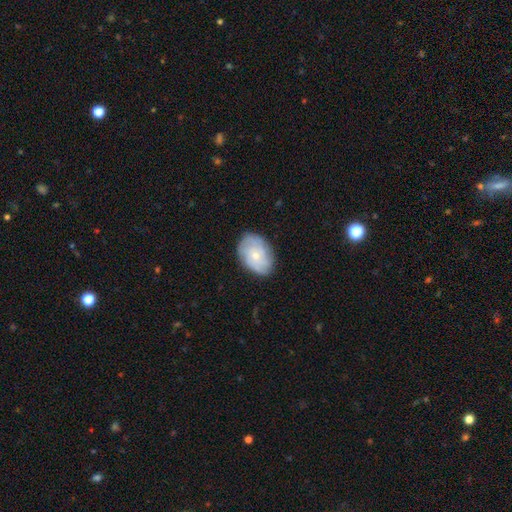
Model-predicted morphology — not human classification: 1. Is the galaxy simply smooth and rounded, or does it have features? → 53% featured or disk, 40% smooth, 7% star or artifact.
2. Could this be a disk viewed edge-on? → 96% no, 4% yes.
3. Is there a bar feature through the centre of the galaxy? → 85% no, 14% weak, 2% strong.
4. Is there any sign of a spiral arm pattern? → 78% yes, 22% no.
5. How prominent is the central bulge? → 62% small, 34% moderate, 2% none, 1% large, 1% dominant.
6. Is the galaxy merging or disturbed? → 79% none, 16% minor disturbance, 4% major disturbance, 1% merger.